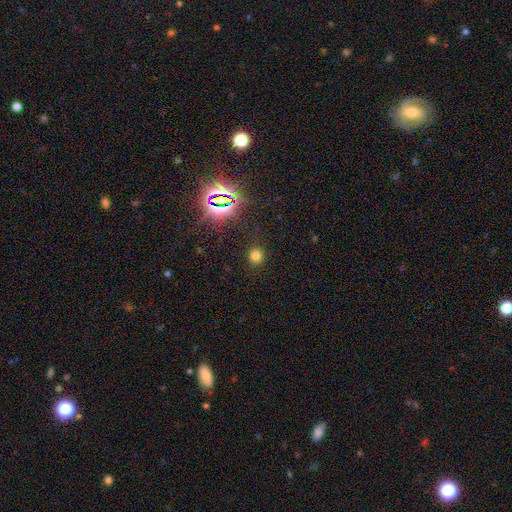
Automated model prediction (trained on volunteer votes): Smooth or featured?
  - smooth: 69% *
  - star or artifact: 25%
  - featured or disk: 6%
How rounded?
  - round: 89% *
  - in between: 10%
  - cigar-shaped: 1%
Merging?
  - none: 88% *
  - minor disturbance: 7%
  - major disturbance: 3%
  - merger: 2%